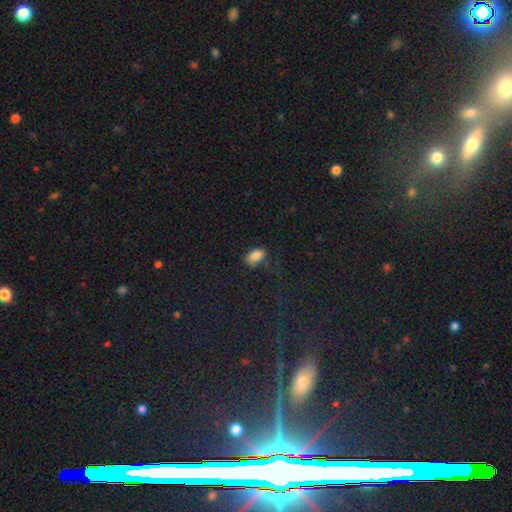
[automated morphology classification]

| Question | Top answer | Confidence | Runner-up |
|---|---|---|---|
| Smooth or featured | smooth | 84% | star or artifact (10%) |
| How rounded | in between | 91% | round (7%) |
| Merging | none | 64% | minor disturbance (26%) |